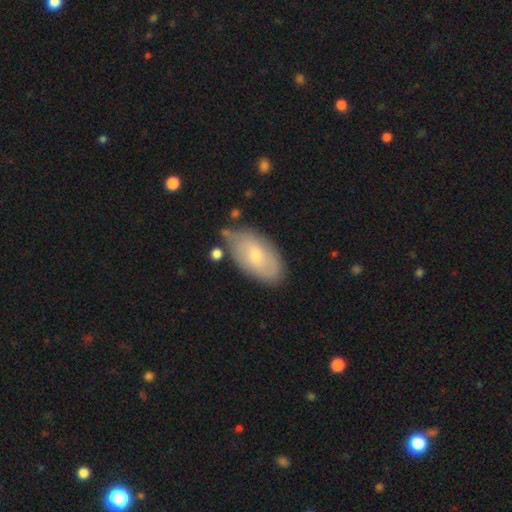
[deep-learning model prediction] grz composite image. It shows a smooth galaxy with no disk features (58%) that is in between round and cigar-shaped (93%). Merging: none (66%).